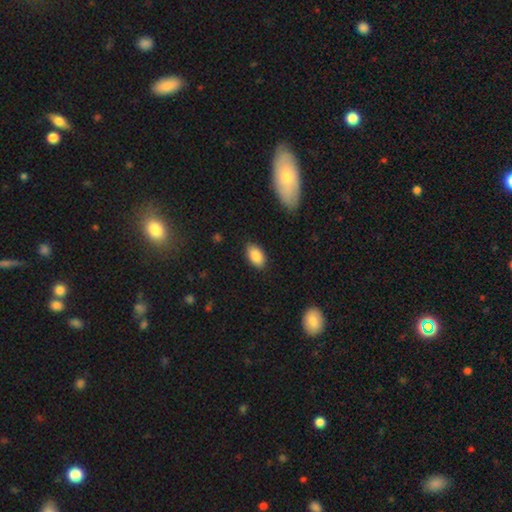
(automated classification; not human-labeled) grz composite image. It shows a smooth galaxy with no disk features (87%) that is in between round and cigar-shaped (93%). Merging: none (85%).